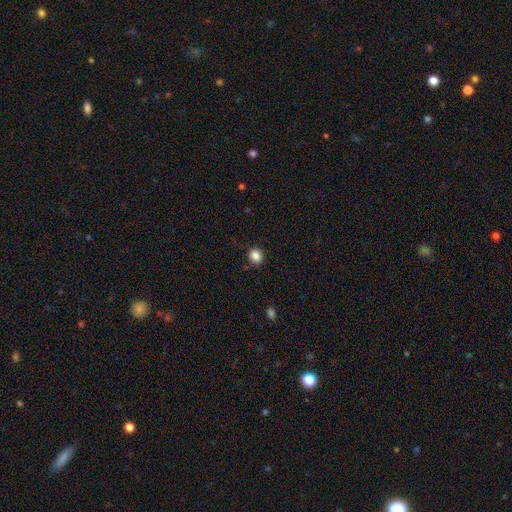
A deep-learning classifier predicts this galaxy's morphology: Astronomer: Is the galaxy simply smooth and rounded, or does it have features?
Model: smooth — 86%.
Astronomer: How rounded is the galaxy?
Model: round — 82%.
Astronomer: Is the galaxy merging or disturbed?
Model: none — 86%.